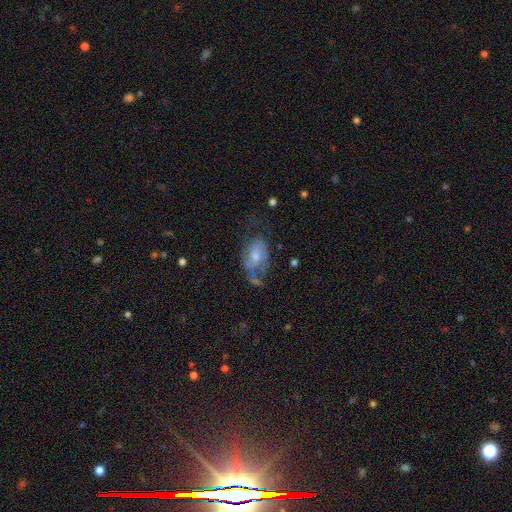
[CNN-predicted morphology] type=featured or disk (54%); edge-on=no (95%); bar=no (62%); spiral arms=yes (67%); bulge=moderate (51%); merging=none (34%).